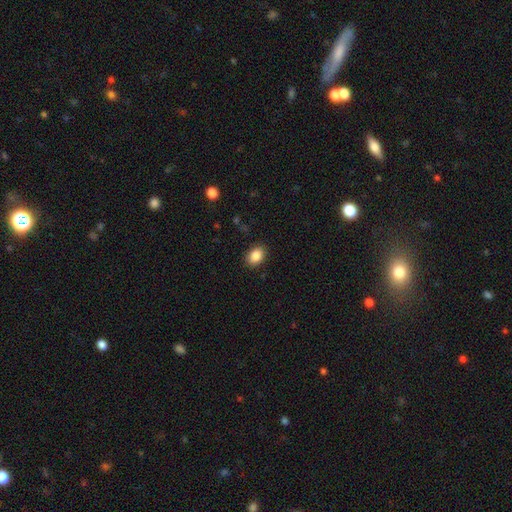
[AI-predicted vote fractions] This appears to be a smooth galaxy with no disk features (87%) that is in between round and cigar-shaped (75%). Merging: none (88%).